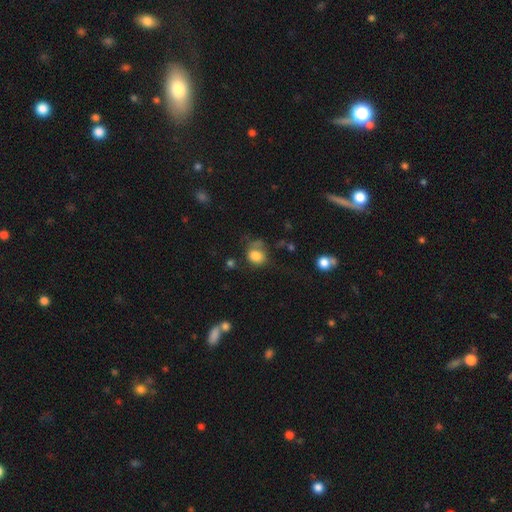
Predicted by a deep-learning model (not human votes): smooth 81%, star or artifact 10%, featured or disk 9%. Down the decision tree: how rounded — round (60%); merging — none (50%).